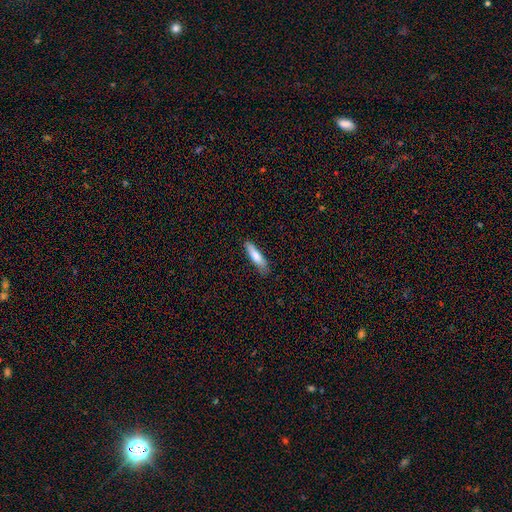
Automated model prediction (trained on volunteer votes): Q: Smooth or featured?
A: smooth (77%); runner-up: featured or disk (17%)
Q: How rounded?
A: cigar-shaped (75%); runner-up: in between (24%)
Q: Merging?
A: none (79%); runner-up: minor disturbance (17%)